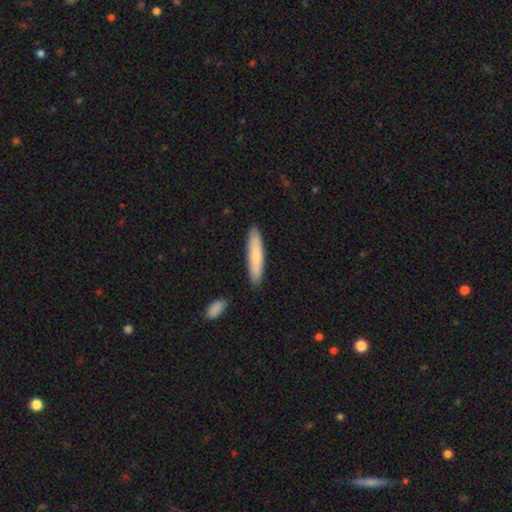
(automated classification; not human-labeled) smooth 71%, featured or disk 24%, star or artifact 5%. Down the decision tree: how rounded — cigar-shaped (84%); merging — none (88%).